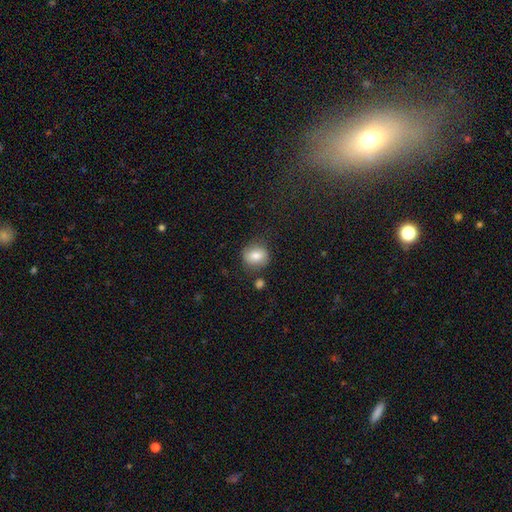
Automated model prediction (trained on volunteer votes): Smooth or featured?
  - smooth: 79% *
  - featured or disk: 12%
  - star or artifact: 9%
How rounded?
  - round: 73% *
  - in between: 26%
  - cigar-shaped: 1%
Merging?
  - none: 77% *
  - minor disturbance: 14%
  - merger: 5%
  - major disturbance: 5%